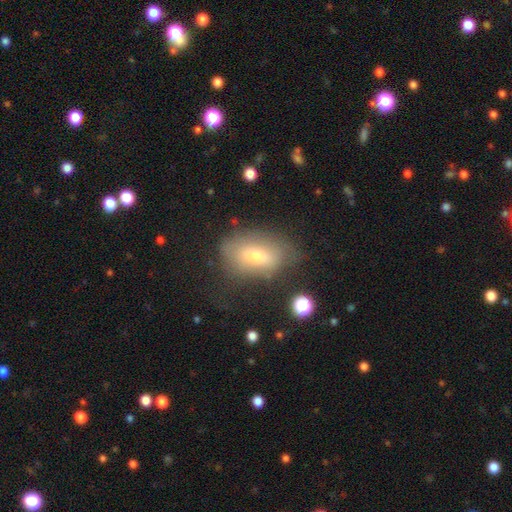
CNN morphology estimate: A smooth galaxy with no disk features (64%) that is in between round and cigar-shaped (87%).

Vote fractions:
- Smooth or featured? smooth: 64% / featured or disk: 26% / star or artifact: 10%
- How rounded? in between: 87% / round: 8% / cigar-shaped: 5%
- Merging? none: 58% / minor disturbance: 25% / major disturbance: 14% / merger: 3%